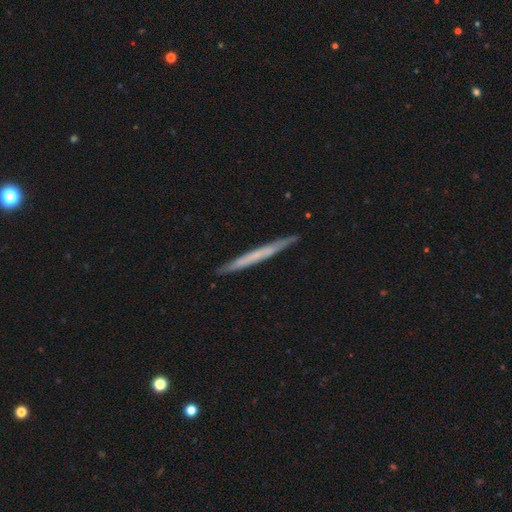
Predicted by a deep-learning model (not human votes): This is possibly a featured or disk galaxy (49%). Merging: clearly none (90%).